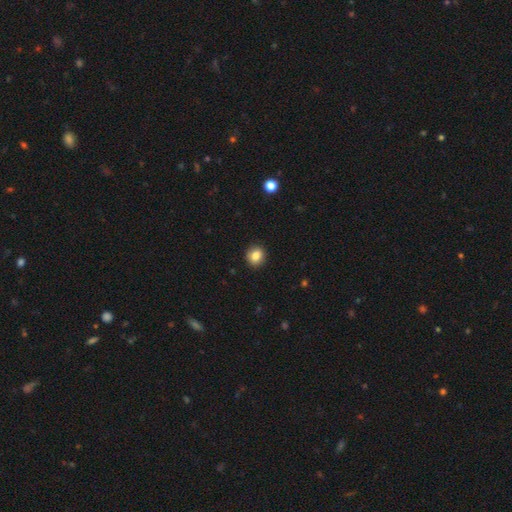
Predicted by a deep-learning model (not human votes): Smooth or featured? Predicted: smooth (p=0.85). How rounded? Predicted: round (p=0.82). Merging? Predicted: none (p=0.92).